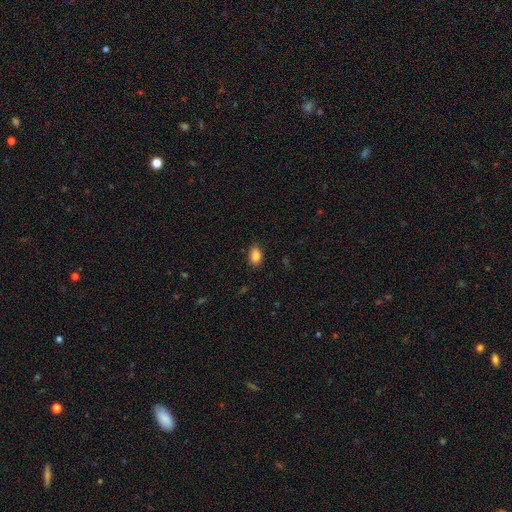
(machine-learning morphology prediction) smooth_or_featured: smooth (p=0.86) [alt: star or artifact p=0.09]
how_rounded: in between (p=0.84) [alt: round p=0.14]
merging: none (p=0.84) [alt: minor disturbance p=0.13]